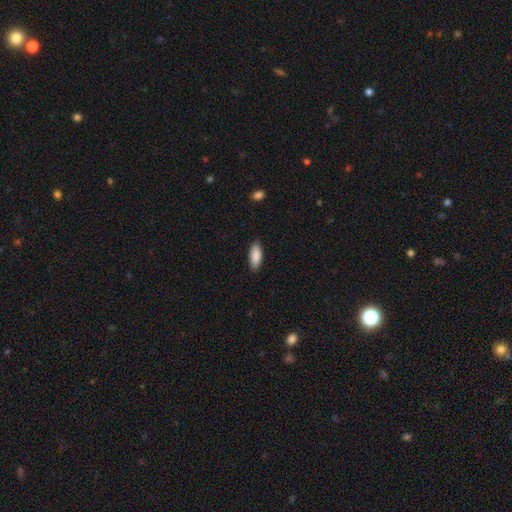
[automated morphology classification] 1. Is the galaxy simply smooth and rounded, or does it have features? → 90% smooth, 6% star or artifact, 5% featured or disk.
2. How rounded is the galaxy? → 79% in between, 19% cigar-shaped, 2% round.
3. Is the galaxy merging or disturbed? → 87% none, 10% minor disturbance, 2% major disturbance, 1% merger.